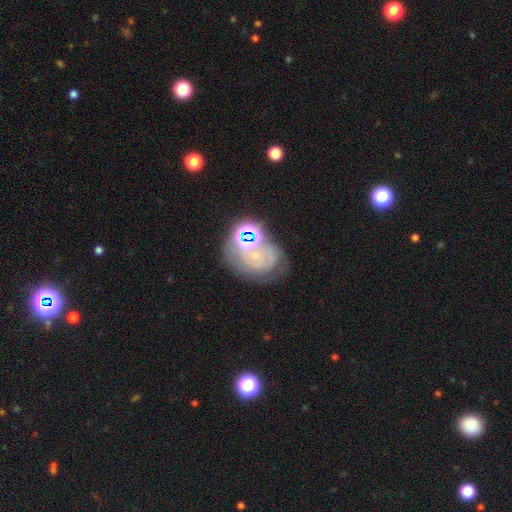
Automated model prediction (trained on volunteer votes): Morphology: type=featured or disk (50%); merging=none (49%).